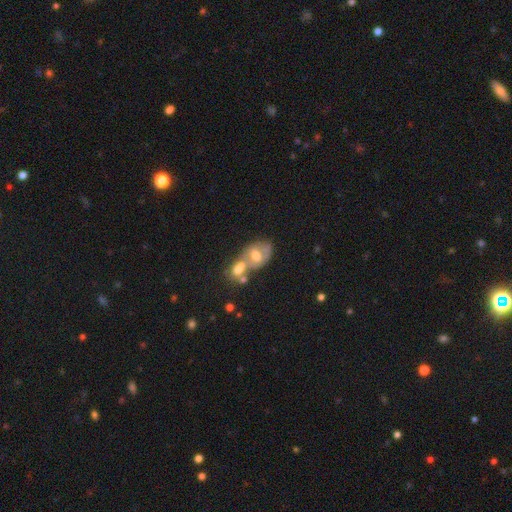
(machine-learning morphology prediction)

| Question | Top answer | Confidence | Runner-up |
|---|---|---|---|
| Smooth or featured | featured or disk | 52% | smooth (35%) |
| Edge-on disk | no | 94% | yes (6%) |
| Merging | merger | 68% | none (20%) |